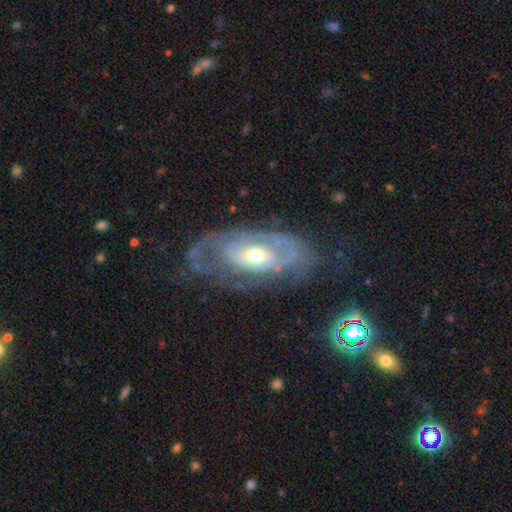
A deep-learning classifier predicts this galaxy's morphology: Overall: featured or disk (80%). Edge-on disk: no (92%). Bar: no (72%). Spiral arms: yes (77%). Spiral arm count: can't tell (44%; 2 29%). Spiral winding: tight (57%; medium 29%). Bulge size: moderate (62%; small 31%). Merging: none (54%; minor disturbance 23%).